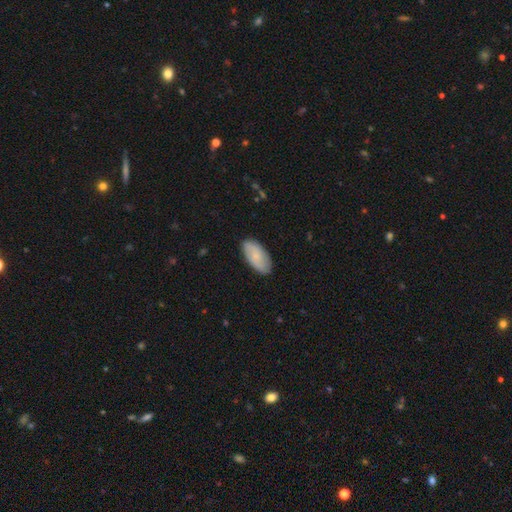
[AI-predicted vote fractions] A smooth galaxy with no disk features (72%) that is in between round and cigar-shaped (93%).

Vote fractions:
- Smooth or featured? smooth: 72% / featured or disk: 22% / star or artifact: 6%
- How rounded? in between: 93% / cigar-shaped: 5% / round: 2%
- Merging? none: 86% / minor disturbance: 11% / major disturbance: 2% / merger: 1%